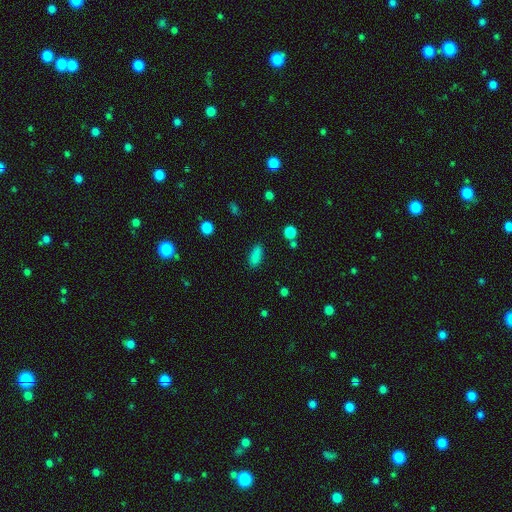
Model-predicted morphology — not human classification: type=smooth (84%); roundness=in between (73%); merging=none (82%).